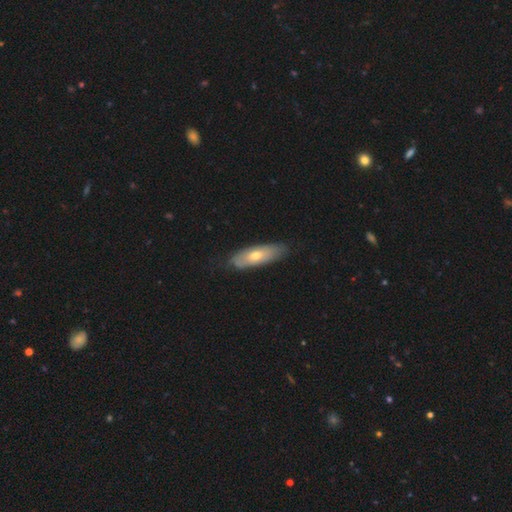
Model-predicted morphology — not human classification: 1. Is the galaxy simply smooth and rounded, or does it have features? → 57% smooth, 37% featured or disk, 6% star or artifact.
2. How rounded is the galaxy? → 59% in between, 39% cigar-shaped, 2% round.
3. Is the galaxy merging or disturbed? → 77% none, 18% minor disturbance, 3% major disturbance, 1% merger.